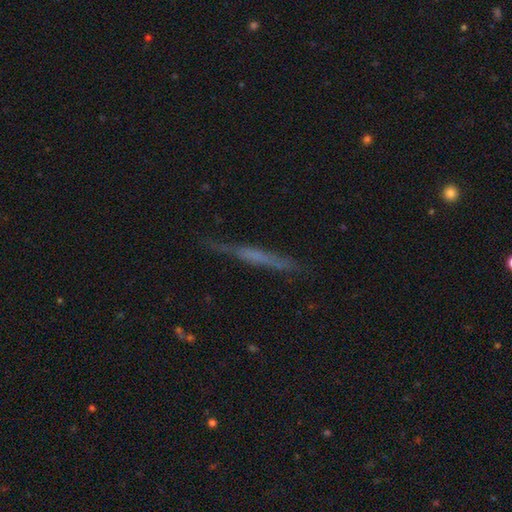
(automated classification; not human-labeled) Smooth or featured? Predicted: featured or disk (p=0.51). Edge-on disk? Predicted: yes (p=0.92). Merging? Predicted: none (p=0.74).